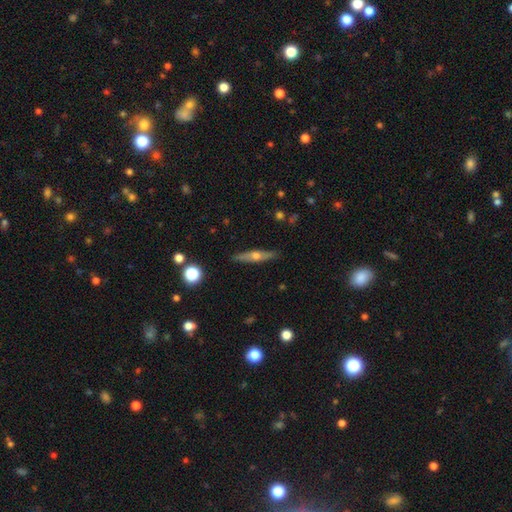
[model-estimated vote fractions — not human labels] Smooth or featured?
  - featured or disk: 62% *
  - smooth: 31%
  - star or artifact: 7%
Edge-on disk?
  - yes: 94% *
  - no: 6%
Edge-on bulge?
  - rounded: 92% *
  - none: 5%
  - boxy: 3%
Merging?
  - none: 87% *
  - minor disturbance: 9%
  - major disturbance: 2%
  - merger: 1%